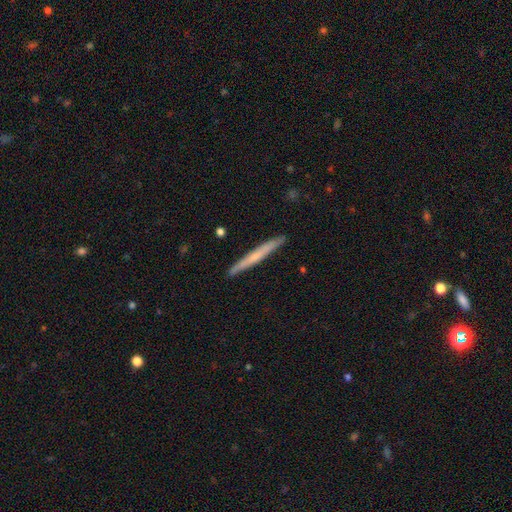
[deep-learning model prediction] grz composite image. It shows a smooth galaxy with no disk features (49%). Merging: none (91%).